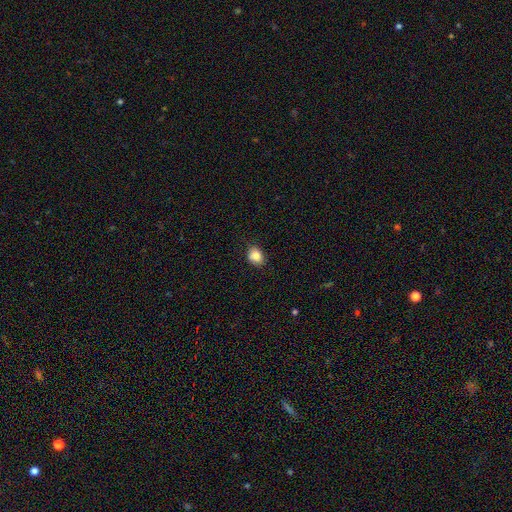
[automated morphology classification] smooth 84%, star or artifact 9%, featured or disk 7%. Down the decision tree: how rounded — in between (54%); merging — none (82%).